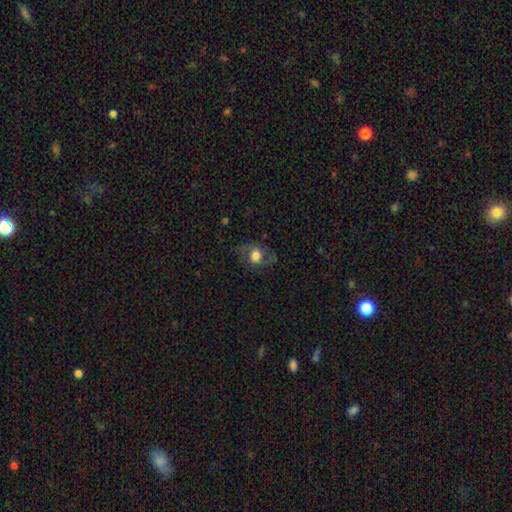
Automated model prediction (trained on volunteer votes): Overall: smooth (50%; featured or disk 40%). Merging: none (69%).